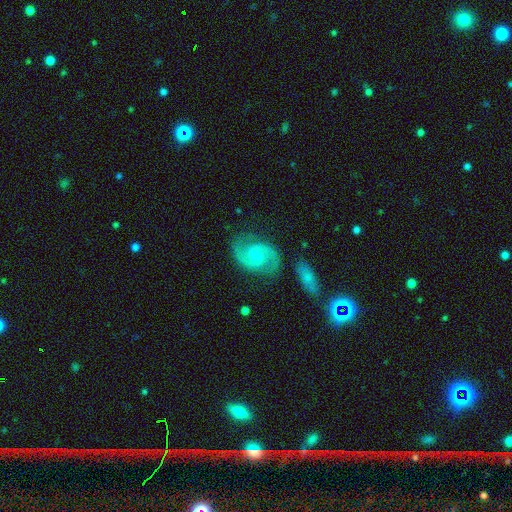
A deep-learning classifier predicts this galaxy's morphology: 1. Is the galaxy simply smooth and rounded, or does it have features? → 88% featured or disk, 7% smooth, 5% star or artifact.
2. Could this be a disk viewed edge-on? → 98% no, 2% yes.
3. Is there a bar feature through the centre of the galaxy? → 58% no, 36% weak, 6% strong.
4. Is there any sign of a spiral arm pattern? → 98% yes, 2% no.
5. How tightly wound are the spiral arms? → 61% medium, 23% tight, 17% loose.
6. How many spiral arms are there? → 93% 2, 2% can't tell, 1% 3, 1% 1, 1% 4, 1% more than 4.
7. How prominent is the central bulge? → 60% small, 28% moderate, 9% none, 2% large, 1% dominant.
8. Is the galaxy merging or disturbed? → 78% none, 14% minor disturbance, 5% major disturbance, 3% merger.